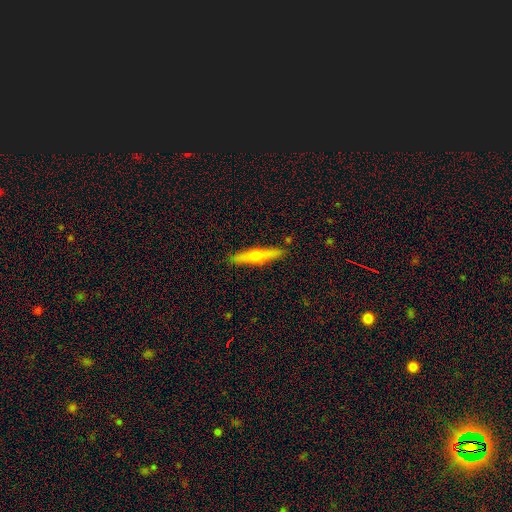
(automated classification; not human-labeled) A featured or disk galaxy (49%). Merging: none (88%).